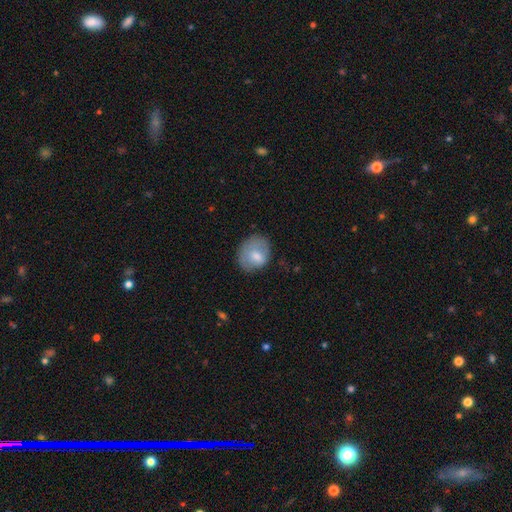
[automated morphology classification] Smooth or featured? Predicted: smooth (p=0.72). How rounded? Predicted: round (p=0.52). Merging? Predicted: none (p=0.60).